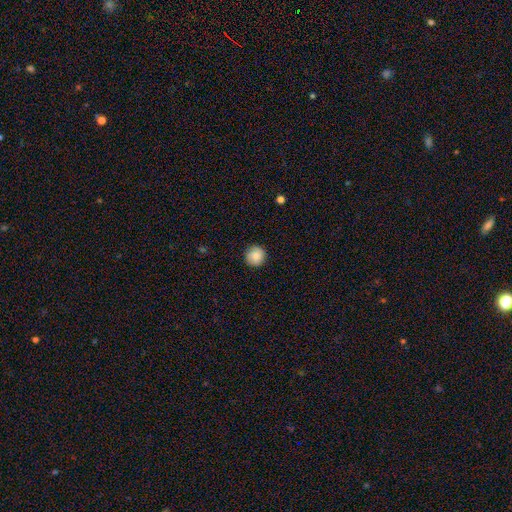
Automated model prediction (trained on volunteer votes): Smooth or featured?
  - smooth: 85% *
  - star or artifact: 8%
  - featured or disk: 7%
How rounded?
  - round: 94% *
  - in between: 5%
  - cigar-shaped: 1%
Merging?
  - none: 89% *
  - minor disturbance: 8%
  - major disturbance: 2%
  - merger: 1%